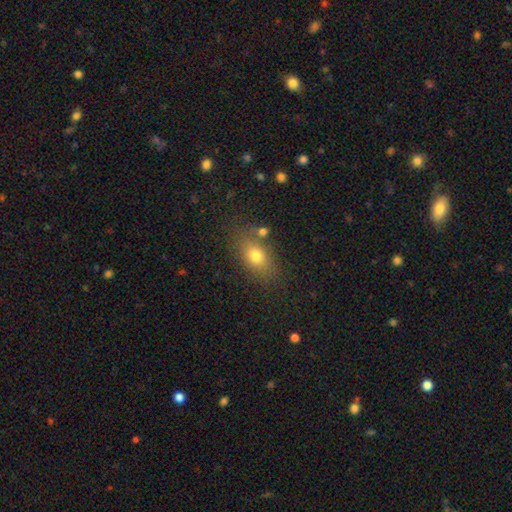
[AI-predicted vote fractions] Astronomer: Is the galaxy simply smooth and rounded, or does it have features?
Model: smooth — 76%.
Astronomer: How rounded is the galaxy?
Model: in between — 80%.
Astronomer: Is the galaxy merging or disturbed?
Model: none — 75%.